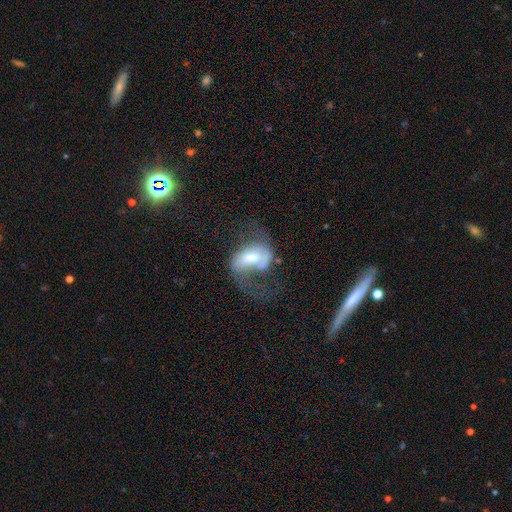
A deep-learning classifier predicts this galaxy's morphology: Smooth or featured? Predicted: featured or disk (p=0.65). Edge-on disk? Predicted: no (p=0.95). Bar? Predicted: no (p=0.41). Spiral arms? Predicted: yes (p=0.76). Bulge size? Predicted: moderate (p=0.64). Merging? Predicted: major disturbance (p=0.46).